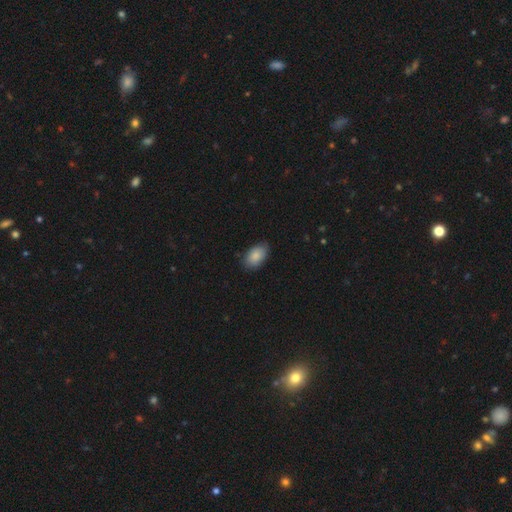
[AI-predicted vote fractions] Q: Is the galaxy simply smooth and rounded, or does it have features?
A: smooth — 87%.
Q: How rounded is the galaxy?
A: in between — 92%.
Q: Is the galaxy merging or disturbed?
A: none — 80%.